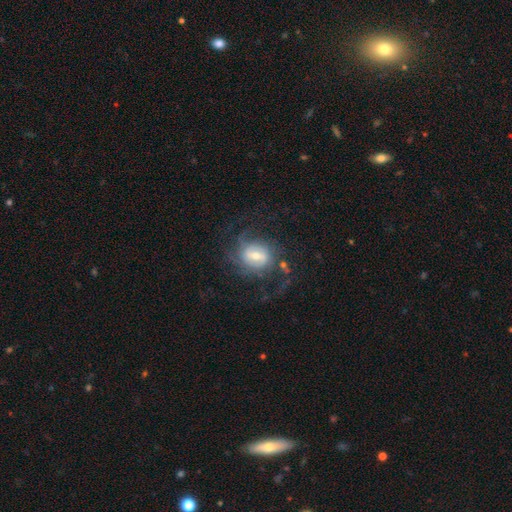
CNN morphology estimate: Smooth or featured? featured or disk (75%)
Edge-on disk? no (96%)
Bar? weak (52%)
Spiral arms? yes (87%)
Spiral winding? medium (38%)
Spiral arm count? 2 (35%)
Bulge size? moderate (53%)
Merging? none (56%)